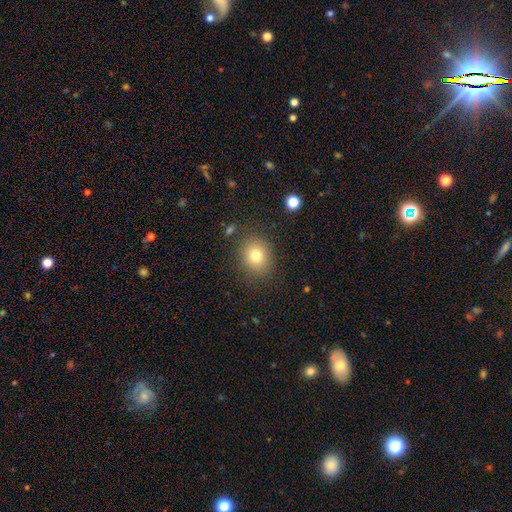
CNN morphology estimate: Smooth or featured? Predicted: smooth (p=0.77). How rounded? Predicted: round (p=0.68). Merging? Predicted: none (p=0.83).